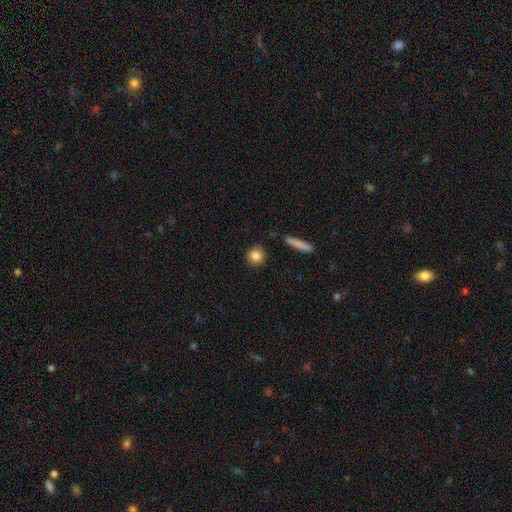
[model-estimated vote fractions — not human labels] Q: Smooth or featured?
A: smooth (86%); runner-up: star or artifact (8%)
Q: How rounded?
A: round (87%); runner-up: in between (10%)
Q: Merging?
A: none (89%); runner-up: minor disturbance (7%)